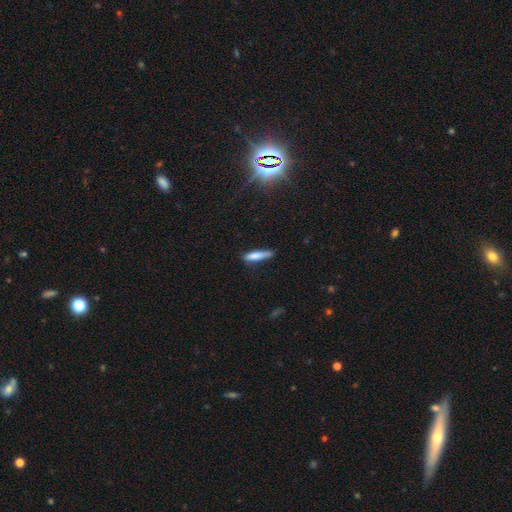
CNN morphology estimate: smooth_or_featured: smooth (p=0.80) [alt: featured or disk p=0.13]
how_rounded: cigar-shaped (p=0.81) [alt: in between p=0.18]
merging: none (p=0.70) [alt: minor disturbance p=0.23]